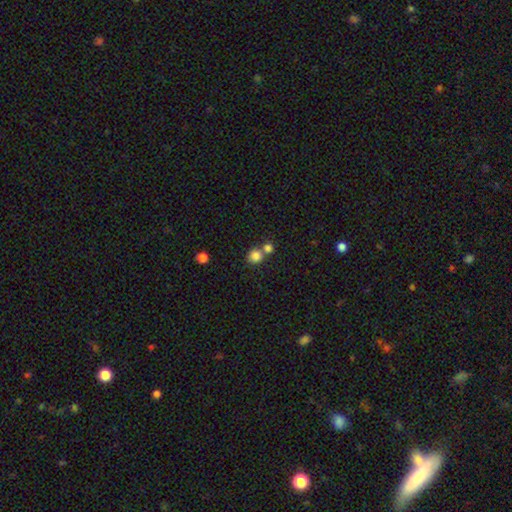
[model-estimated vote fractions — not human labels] A smooth galaxy with no disk features (83%) that is round (85%). Merging: none (52%).